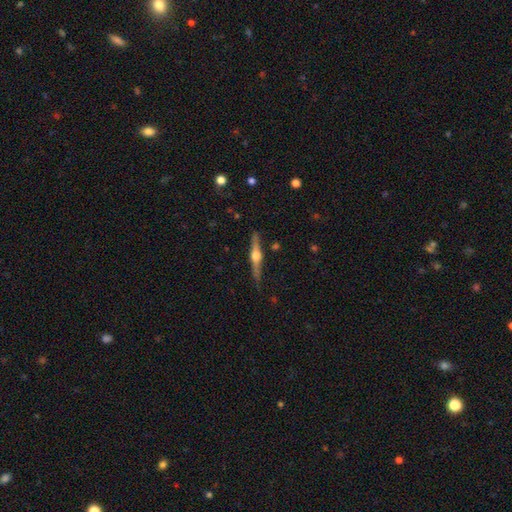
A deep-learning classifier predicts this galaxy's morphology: Smooth or featured: featured or disk — 78% (smooth — 17%)
Edge-on disk: yes — 98% (no — 2%)
Edge-on bulge: rounded — 94% (boxy — 4%)
Merging: none — 86% (minor disturbance — 11%)